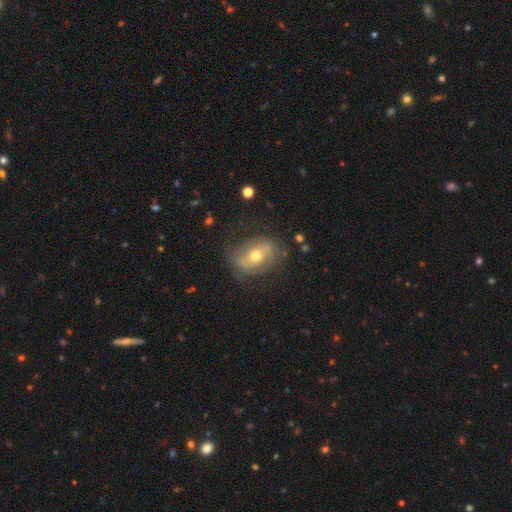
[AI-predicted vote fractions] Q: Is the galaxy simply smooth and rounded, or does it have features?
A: featured or disk — 62%.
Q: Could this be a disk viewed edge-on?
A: no — 94%.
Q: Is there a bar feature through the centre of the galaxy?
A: no — 42%.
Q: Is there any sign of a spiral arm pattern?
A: yes — 57%.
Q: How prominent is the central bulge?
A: moderate — 61%.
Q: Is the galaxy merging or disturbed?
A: none — 65%.